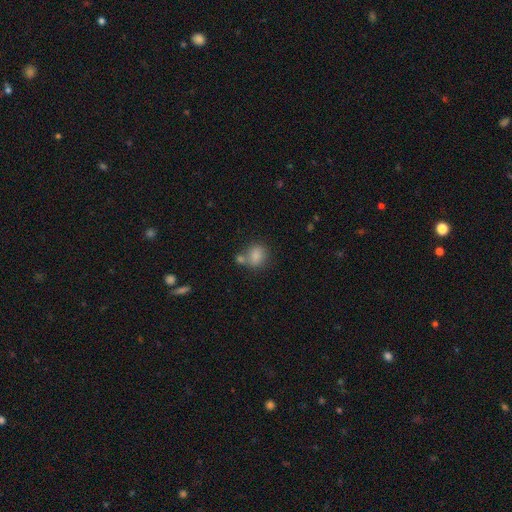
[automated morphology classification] This appears to be a smooth galaxy with no disk features (83%) that is round (64%). Merging: none (50%).